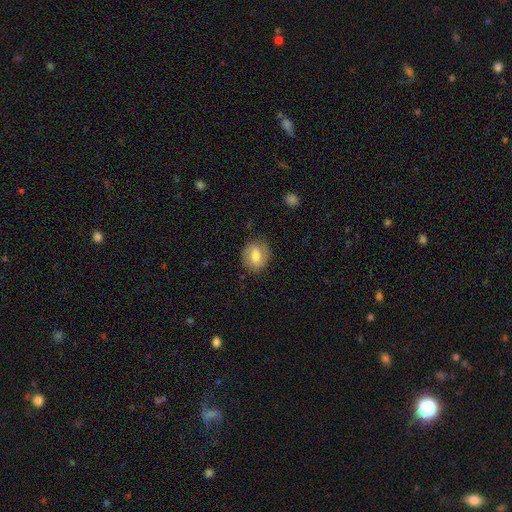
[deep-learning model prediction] Smooth or featured? Predicted: smooth (p=0.73). How rounded? Predicted: round (p=0.56). Merging? Predicted: none (p=0.84).